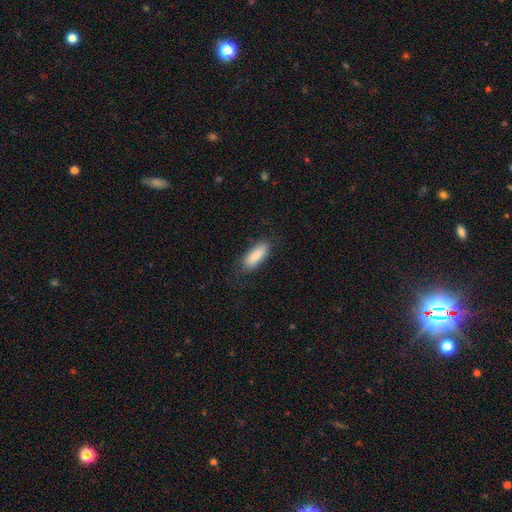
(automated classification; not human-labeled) Smooth or featured?
  - smooth: 87% *
  - featured or disk: 8%
  - star or artifact: 6%
How rounded?
  - in between: 72% *
  - cigar-shaped: 26%
  - round: 2%
Merging?
  - none: 78% *
  - minor disturbance: 16%
  - major disturbance: 5%
  - merger: 1%